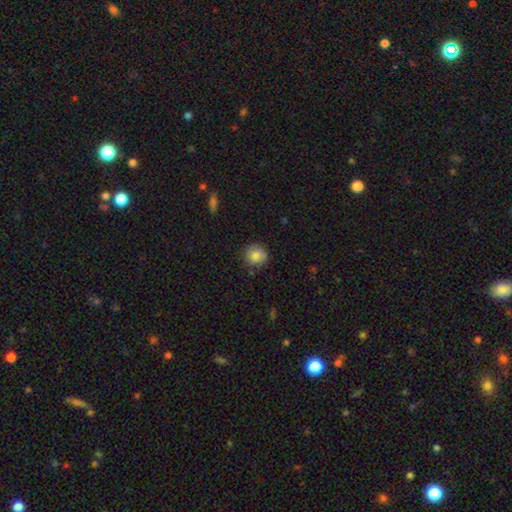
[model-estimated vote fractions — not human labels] The model was most divided on "merging": none: 84%, minor disturbance: 12%, major disturbance: 2%, merger: 2%. More confident: how rounded — round (91%); smooth or featured — smooth (83%).